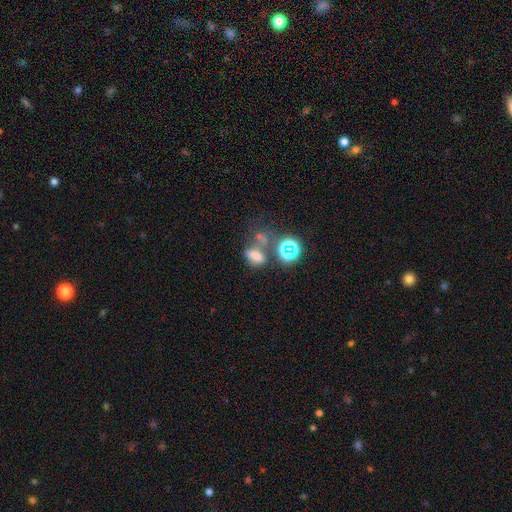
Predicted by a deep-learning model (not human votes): Smooth or featured: smooth — 59% (star or artifact — 28%)
How rounded: in between — 69% (round — 23%)
Merging: none — 44% (merger — 28%)